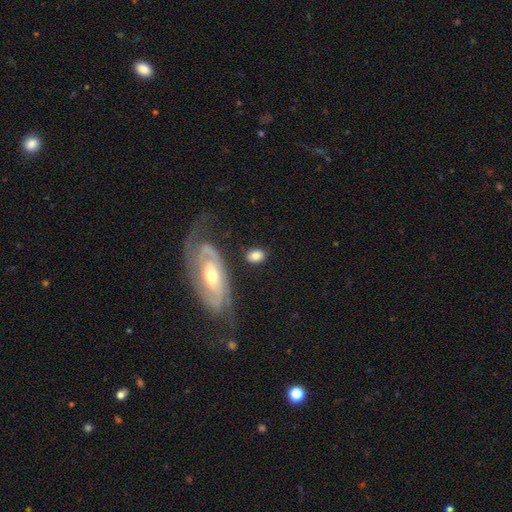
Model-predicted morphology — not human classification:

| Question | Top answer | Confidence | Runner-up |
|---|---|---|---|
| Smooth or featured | smooth | 74% | featured or disk (20%) |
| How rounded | in between | 75% | round (22%) |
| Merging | none | 71% | minor disturbance (14%) |